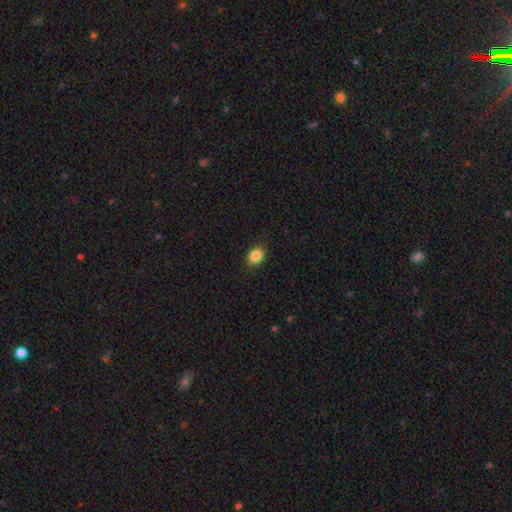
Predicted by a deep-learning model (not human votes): A smooth galaxy with no disk features (85%) that is in between round and cigar-shaped (61%). Merging: none (87%).